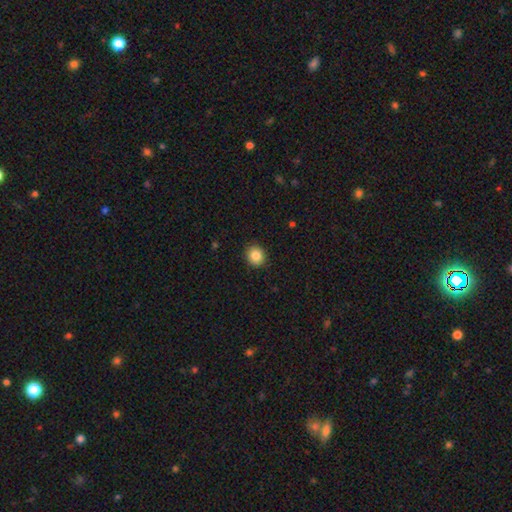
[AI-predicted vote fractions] The model was most divided on "how rounded": round: 83%, in between: 16%, cigar-shaped: 1%. More confident: merging — none (91%); smooth or featured — smooth (85%).